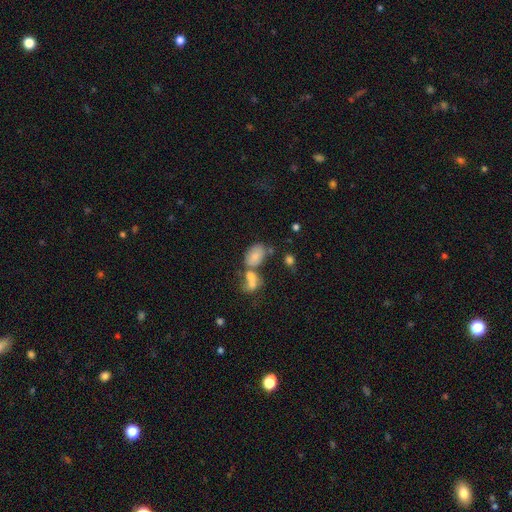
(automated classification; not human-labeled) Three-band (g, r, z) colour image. It shows a smooth galaxy with no disk features (76%) that is in between round and cigar-shaped (90%). Merging: merger (49%).